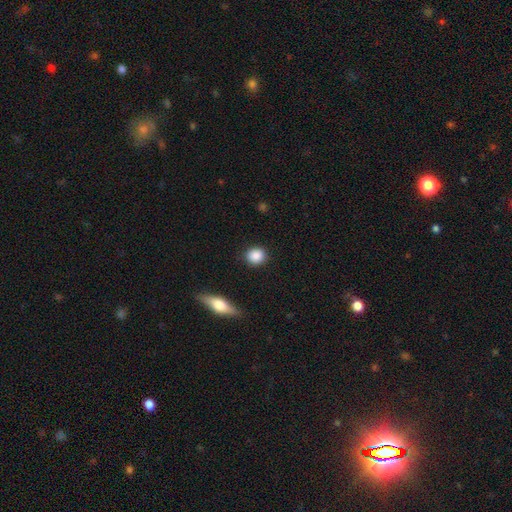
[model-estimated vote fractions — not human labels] Overall: smooth (88%). How rounded: round (79%). Merging: none (88%).